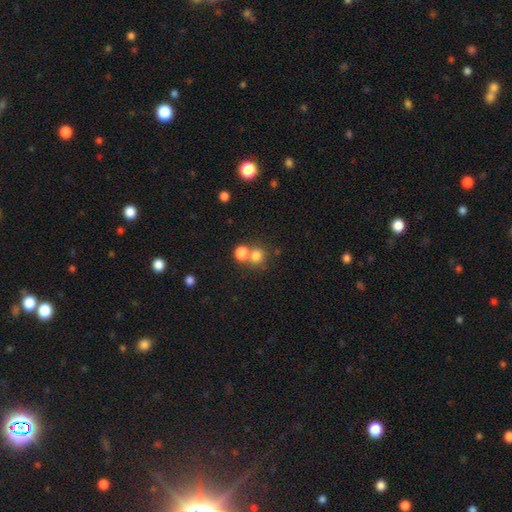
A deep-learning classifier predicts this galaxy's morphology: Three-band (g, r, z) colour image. It shows a smooth galaxy with no disk features (78%) that is round (84%). Merging: none (51%).